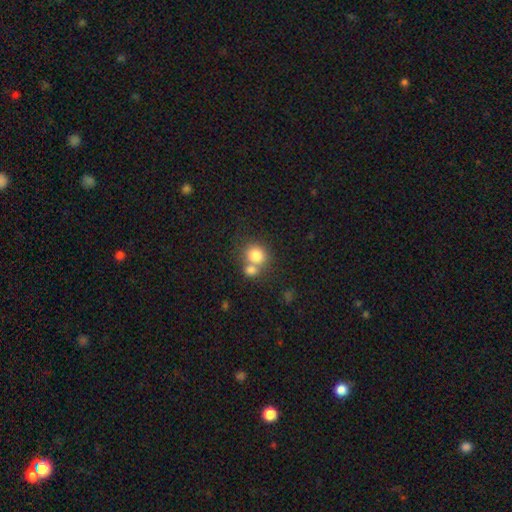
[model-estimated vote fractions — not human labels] Q: Smooth or featured?
A: smooth (80%); runner-up: star or artifact (10%)
Q: How rounded?
A: round (75%); runner-up: in between (24%)
Q: Merging?
A: merger (46%); runner-up: none (42%)